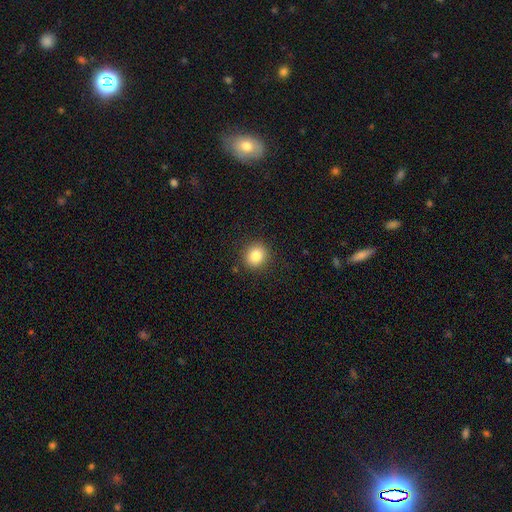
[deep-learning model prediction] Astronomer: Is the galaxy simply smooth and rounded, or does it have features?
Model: smooth — 84%.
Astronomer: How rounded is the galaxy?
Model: round — 86%.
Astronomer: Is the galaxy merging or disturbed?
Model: none — 90%.